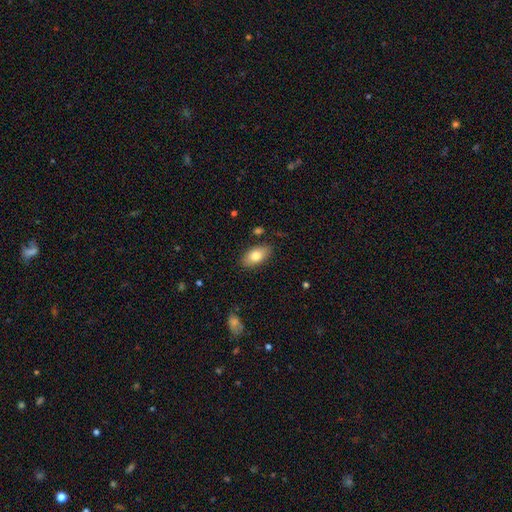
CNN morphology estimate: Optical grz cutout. It shows a smooth galaxy with no disk features (79%) that is in between round and cigar-shaped (92%). Merging: none (84%).